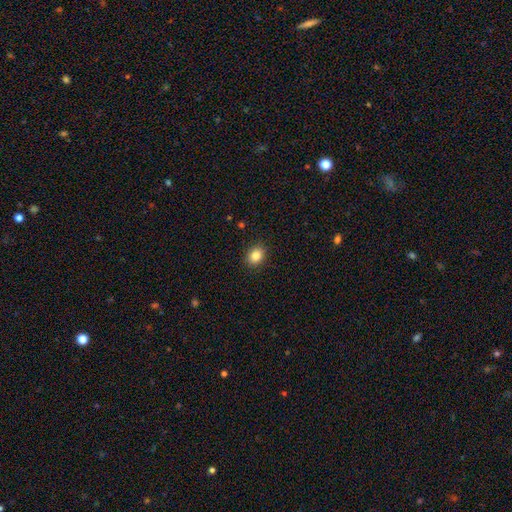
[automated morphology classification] smooth-or-featured: smooth: 85% | star or artifact: 10% | featured or disk: 5%
  how-rounded: round: 55% | in between: 44% | cigar-shaped: 1%
  merging: none: 90% | minor disturbance: 7% | major disturbance: 2% | merger: 1%